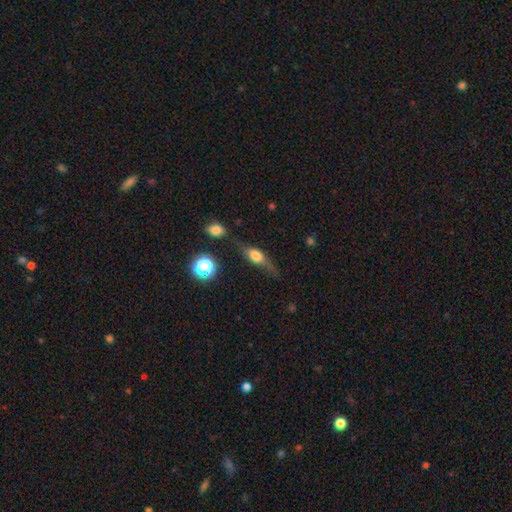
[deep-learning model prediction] This appears to be a featured or disk galaxy (47%). Merging: none (58%).